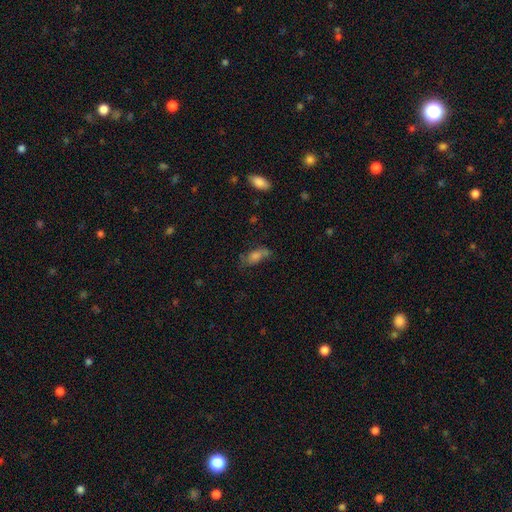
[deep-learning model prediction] This appears to be a smooth galaxy with no disk features (58%) that is in between round and cigar-shaped (72%). Merging: none (50%).